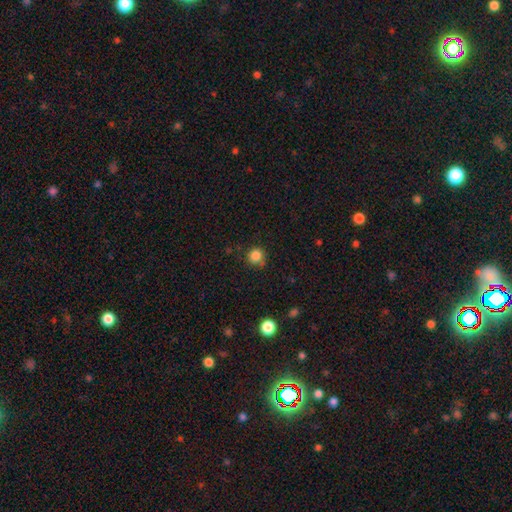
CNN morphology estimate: type=smooth (84%); roundness=round (91%); merging=none (76%).